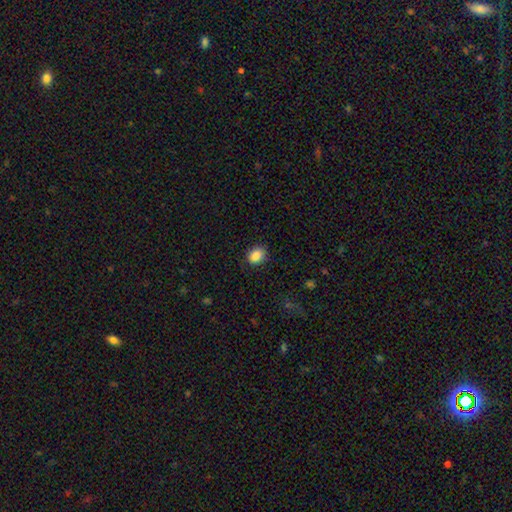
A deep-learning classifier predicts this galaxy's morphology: A smooth galaxy with no disk features (87%) that is in between round and cigar-shaped (55%). Merging: none (87%).